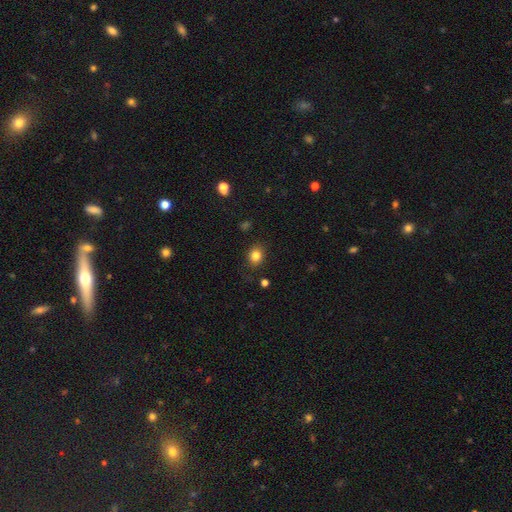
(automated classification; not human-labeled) This appears to be a smooth galaxy with no disk features (82%) that is round (57%). Merging: none (84%).